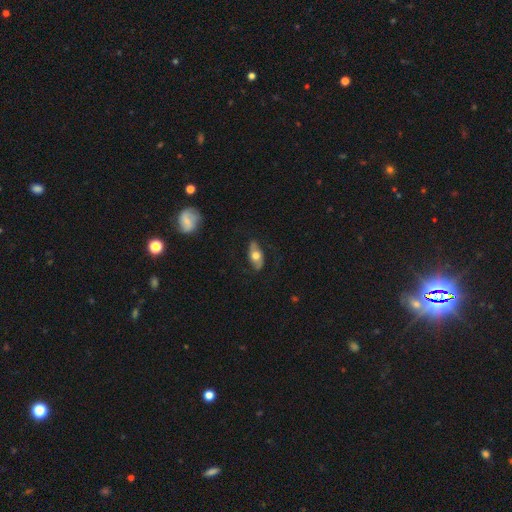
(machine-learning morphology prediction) The model was most divided on "smooth or featured": smooth: 50%, featured or disk: 44%, star or artifact: 6%. More confident: how rounded — in between (82%); merging — none (77%).